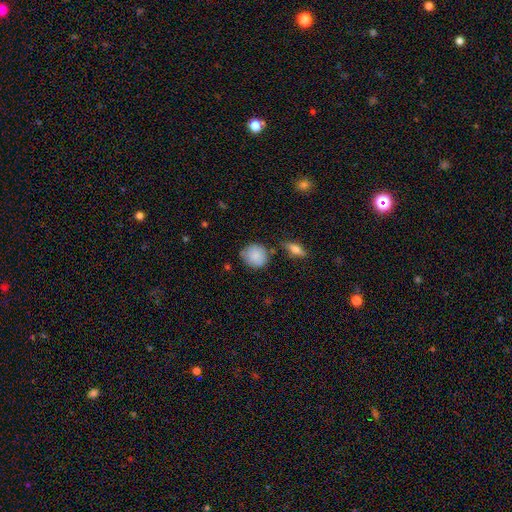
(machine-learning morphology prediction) Smooth or featured? Predicted: smooth (p=0.84). How rounded? Predicted: round (p=0.87). Merging? Predicted: none (p=0.70).